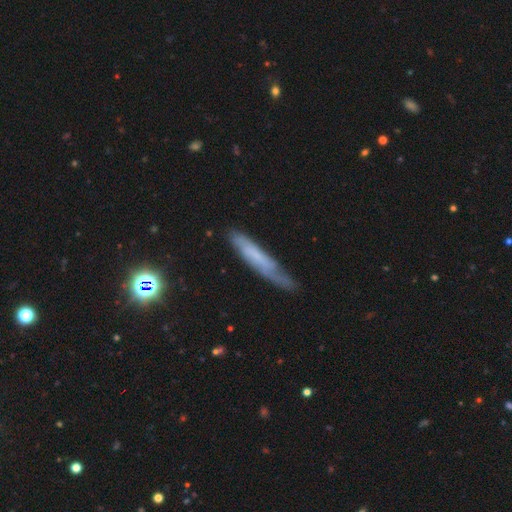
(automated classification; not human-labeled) Morphology: type=smooth (47%); merging=none (57%).